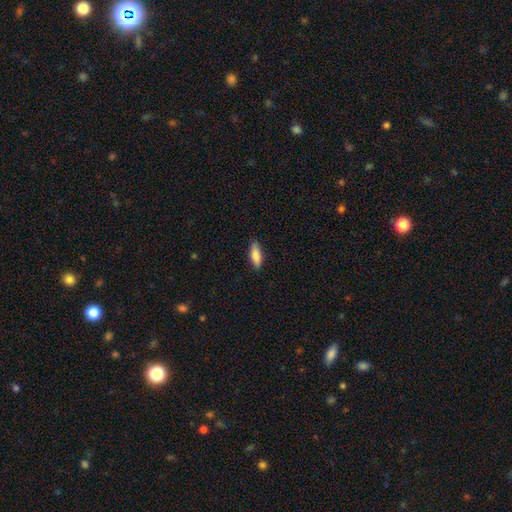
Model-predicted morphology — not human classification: Q: Smooth or featured?
A: smooth (83%); runner-up: featured or disk (11%)
Q: How rounded?
A: in between (61%); runner-up: cigar-shaped (37%)
Q: Merging?
A: none (86%); runner-up: minor disturbance (10%)